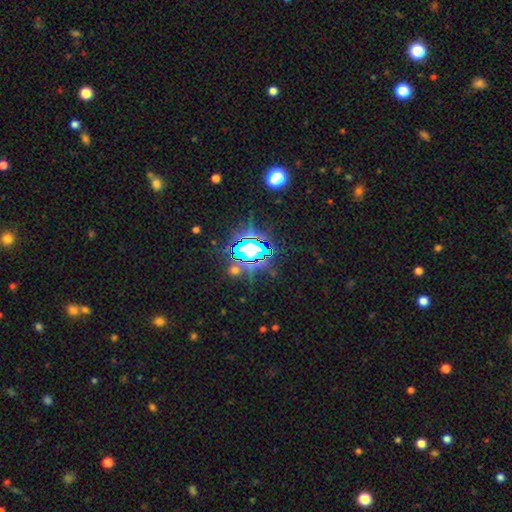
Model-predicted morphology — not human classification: star or artifact 74%, smooth 15%, featured or disk 12%.